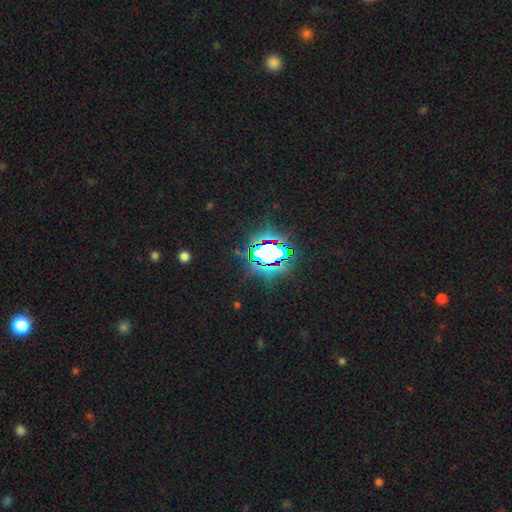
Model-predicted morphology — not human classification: smooth_or_featured: star or artifact (p=0.83) [alt: smooth p=0.10]